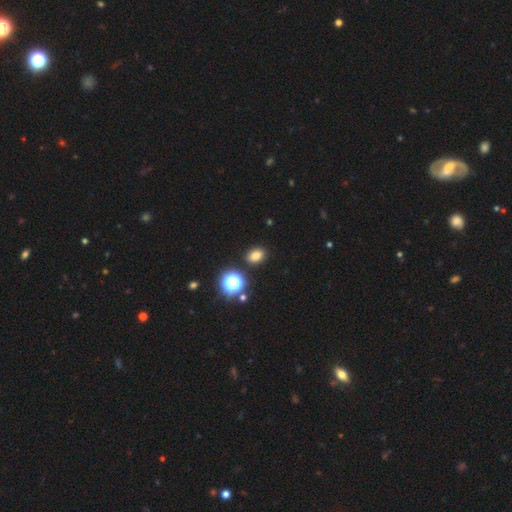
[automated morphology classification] A smooth galaxy with no disk features (77%) that is in between round and cigar-shaped (64%). Merging: none (88%).